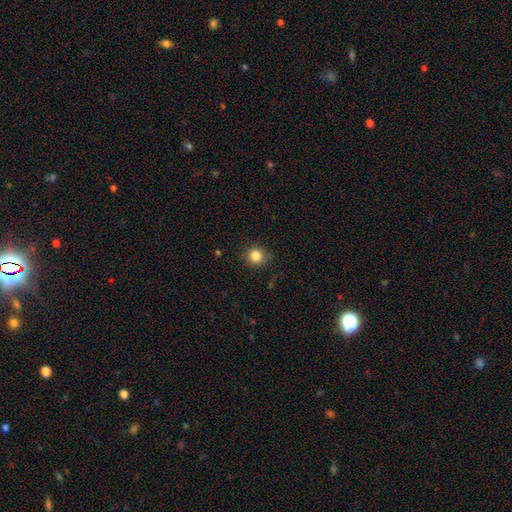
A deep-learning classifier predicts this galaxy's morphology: This is clearly a smooth galaxy (84%). How rounded: clearly round (88%). Merging: clearly none (82%).